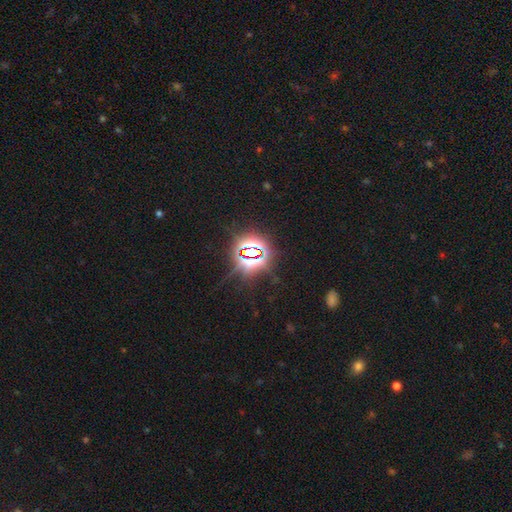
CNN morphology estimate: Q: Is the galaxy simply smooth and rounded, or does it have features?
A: star or artifact — 82%.